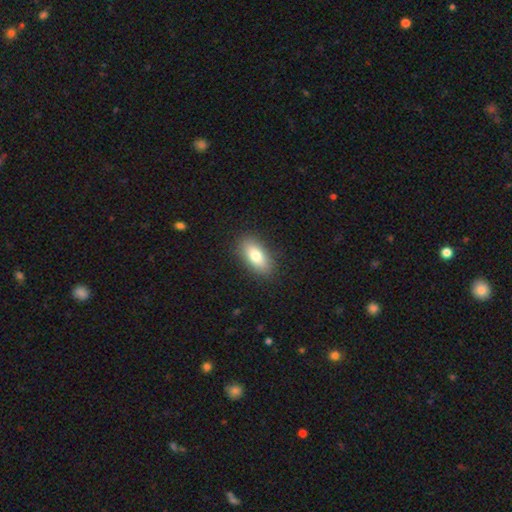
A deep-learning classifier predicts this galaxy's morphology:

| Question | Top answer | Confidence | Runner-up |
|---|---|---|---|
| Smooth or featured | smooth | 79% | featured or disk (14%) |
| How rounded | in between | 88% | cigar-shaped (8%) |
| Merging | none | 88% | minor disturbance (9%) |